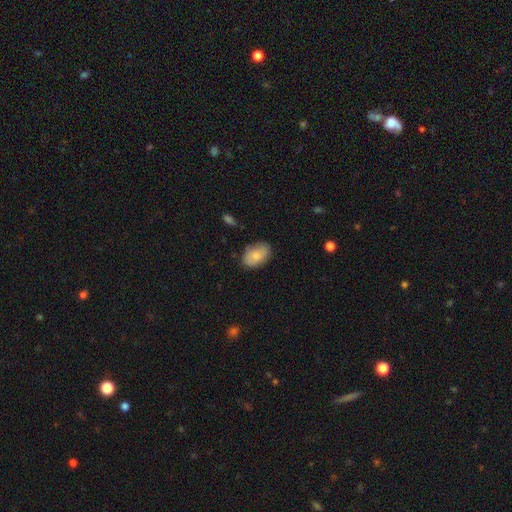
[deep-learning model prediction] Smooth or featured?
  - smooth: 79% *
  - featured or disk: 15%
  - star or artifact: 6%
How rounded?
  - in between: 87% *
  - round: 12%
  - cigar-shaped: 1%
Merging?
  - none: 77% *
  - minor disturbance: 18%
  - major disturbance: 4%
  - merger: 1%